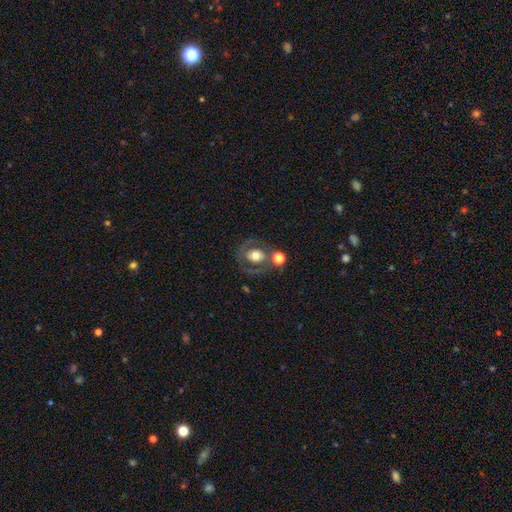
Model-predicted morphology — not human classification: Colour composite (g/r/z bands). It shows a featured or disk galaxy (49%). Merging: none (55%).